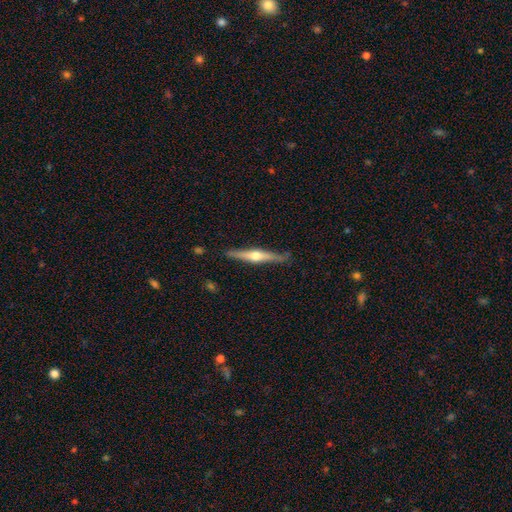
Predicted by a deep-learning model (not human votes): A featured or disk galaxy (70%) viewed edge-on (97%) with a rounded central bulge (93%). Merging: none (86%).